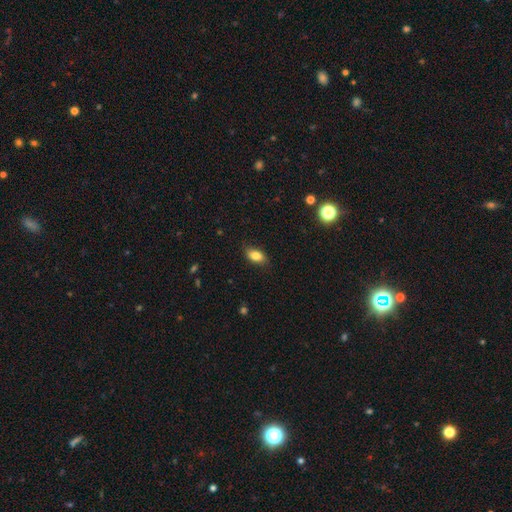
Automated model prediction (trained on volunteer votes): Smooth or featured? smooth (83%)
How rounded? in between (89%)
Merging? none (83%)